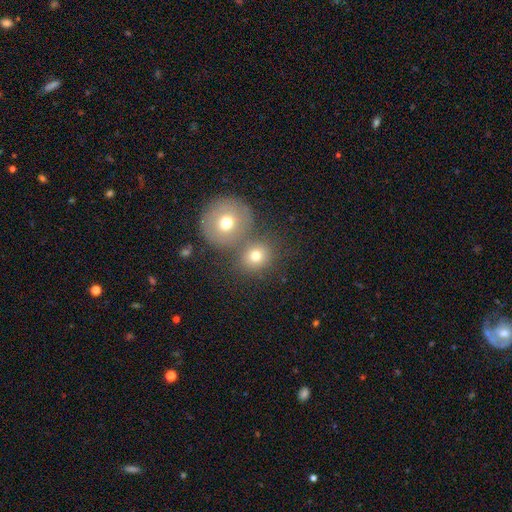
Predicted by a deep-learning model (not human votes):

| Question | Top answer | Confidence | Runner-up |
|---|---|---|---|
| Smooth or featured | smooth | 74% | featured or disk (14%) |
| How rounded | round | 79% | in between (20%) |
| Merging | none | 51% | merger (36%) |